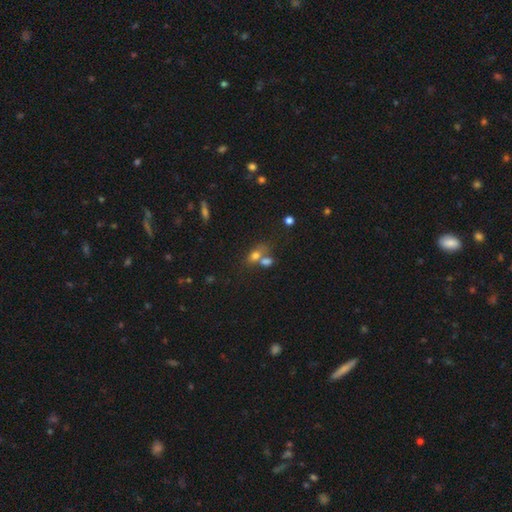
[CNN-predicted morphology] Smooth or featured: smooth — 71% (star or artifact — 14%)
How rounded: in between — 69% (round — 28%)
Merging: merger — 47% (none — 35%)